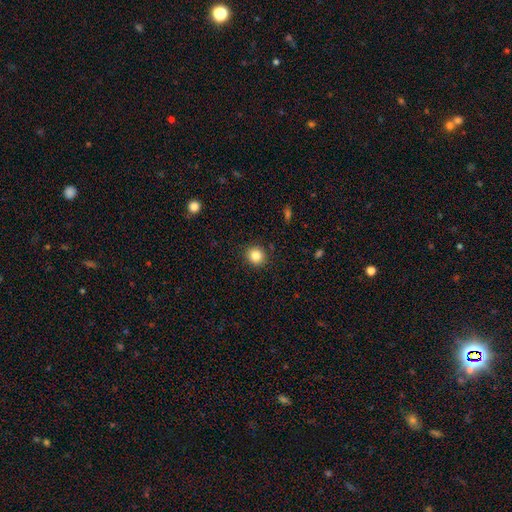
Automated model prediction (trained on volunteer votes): Morphology: type=smooth (84%); roundness=round (91%); merging=none (91%).